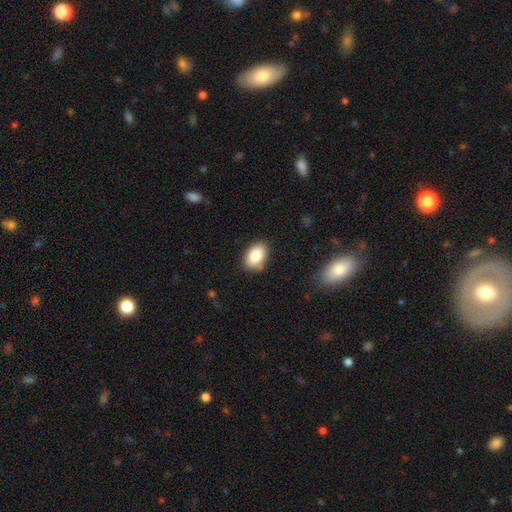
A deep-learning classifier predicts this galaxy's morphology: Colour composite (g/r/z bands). It shows a smooth galaxy with no disk features (85%) that is in between round and cigar-shaped (89%). Merging: none (82%).